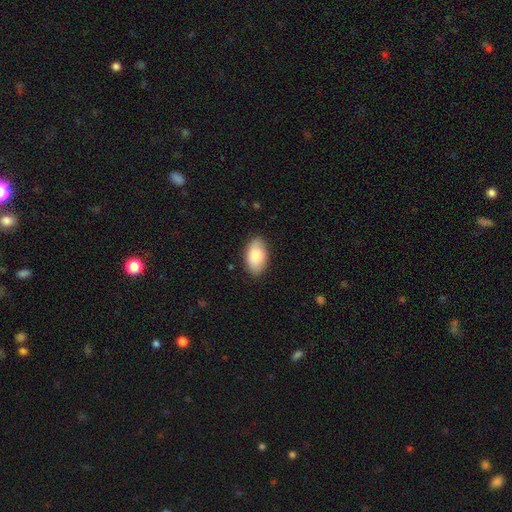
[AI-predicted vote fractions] Smooth or featured? Predicted: smooth (p=0.81). How rounded? Predicted: in between (p=0.94). Merging? Predicted: none (p=0.84).